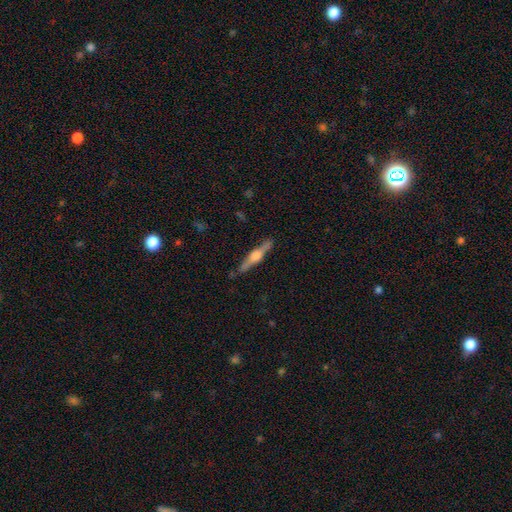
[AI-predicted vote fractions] featured or disk 72%, smooth 23%, star or artifact 6%. Down the decision tree: edge-on disk — yes (97%); edge-on bulge — rounded (87%); merging — none (87%).